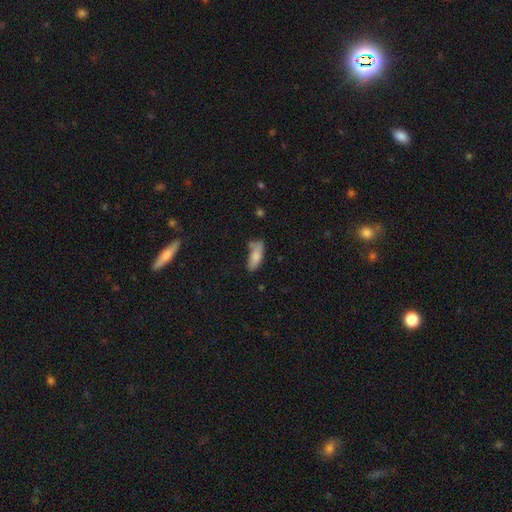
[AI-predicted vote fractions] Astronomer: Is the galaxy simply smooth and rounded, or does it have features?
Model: smooth — 81%.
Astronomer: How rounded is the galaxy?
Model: in between — 68%.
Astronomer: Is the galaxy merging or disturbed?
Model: none — 59%.